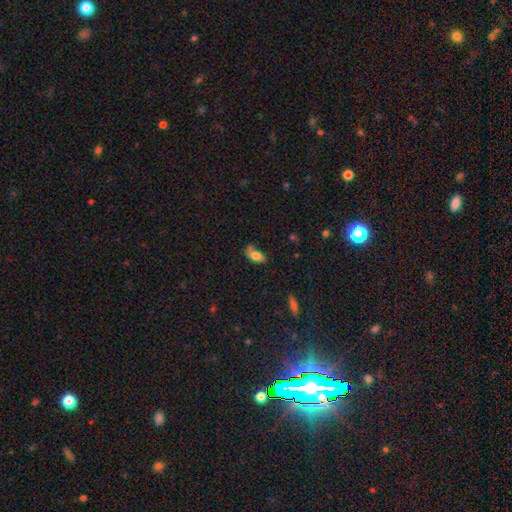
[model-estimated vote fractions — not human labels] Smooth or featured: smooth — 77% (featured or disk — 15%)
How rounded: in between — 89% (cigar-shaped — 6%)
Merging: none — 44% (minor disturbance — 31%)